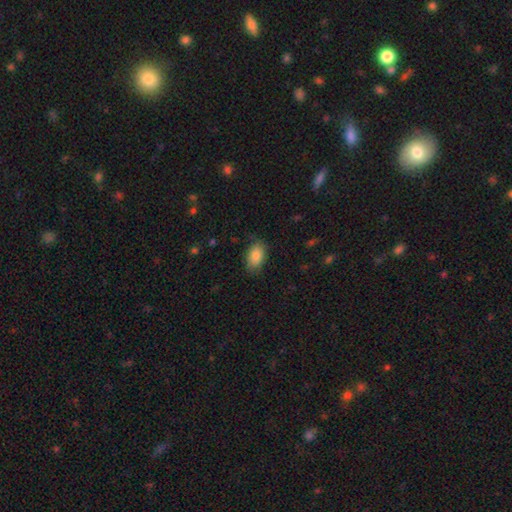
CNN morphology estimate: Smooth or featured? smooth (85%)
How rounded? in between (91%)
Merging? none (77%)